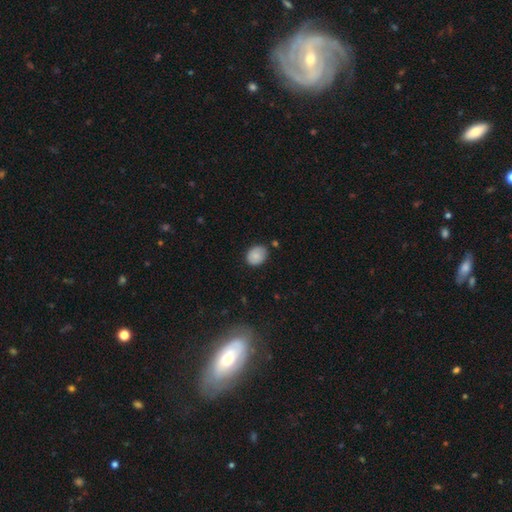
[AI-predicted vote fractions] Q: Smooth or featured?
A: smooth (84%); runner-up: featured or disk (8%)
Q: How rounded?
A: round (51%); runner-up: in between (48%)
Q: Merging?
A: none (78%); runner-up: minor disturbance (16%)